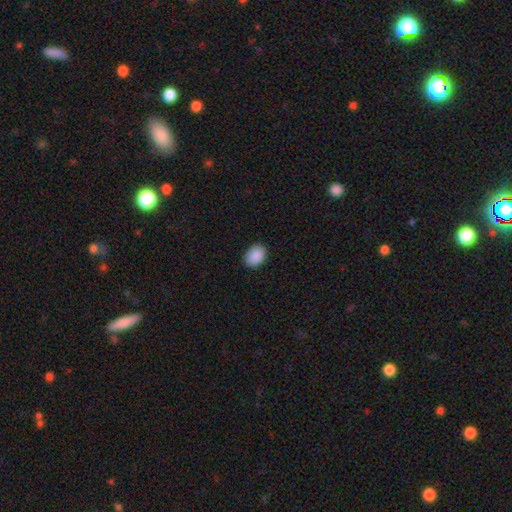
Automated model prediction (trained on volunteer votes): Smooth or featured? smooth (90%)
How rounded? in between (76%)
Merging? none (88%)